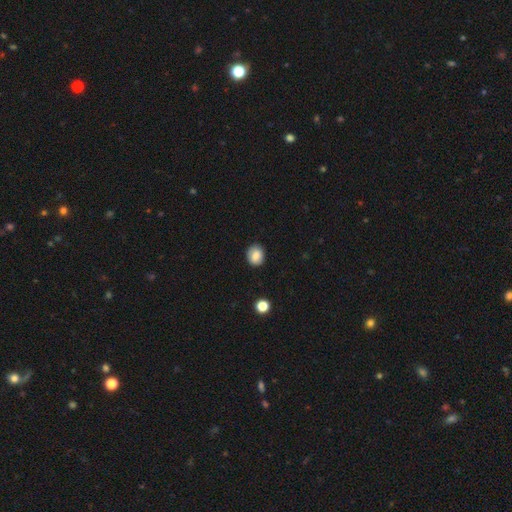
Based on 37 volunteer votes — Volunteers were most divided on "how rounded": round: 72%, in between: 28%, cigar-shaped: 0%. More confident: smooth or featured — smooth (86%); merging — none (83%).